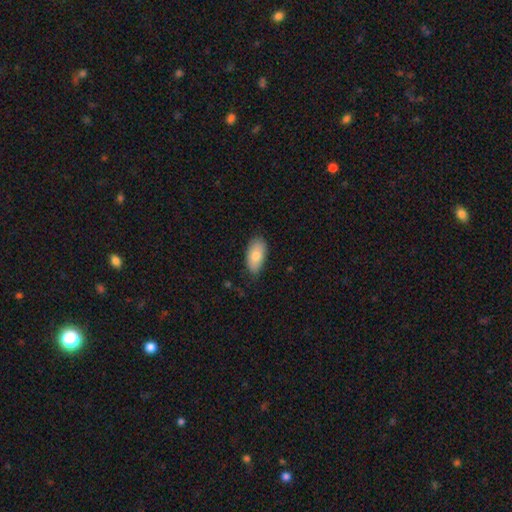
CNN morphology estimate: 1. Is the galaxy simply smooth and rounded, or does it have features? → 79% smooth, 15% featured or disk, 7% star or artifact.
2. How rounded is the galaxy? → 93% in between, 4% cigar-shaped, 4% round.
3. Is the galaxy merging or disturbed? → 78% none, 18% minor disturbance, 3% major disturbance, 1% merger.